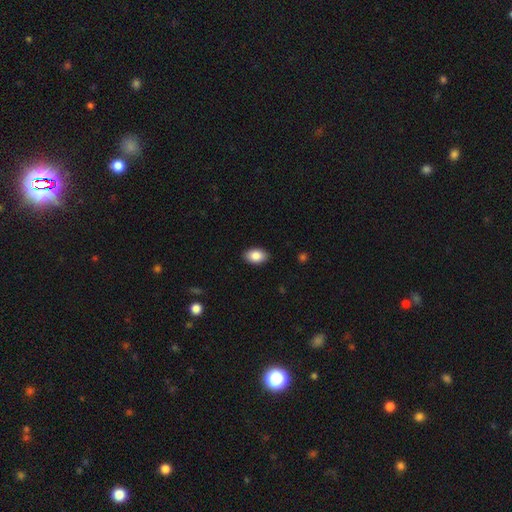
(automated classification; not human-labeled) Q: Smooth or featured?
A: smooth (87%); runner-up: star or artifact (7%)
Q: How rounded?
A: in between (91%); runner-up: round (8%)
Q: Merging?
A: none (89%); runner-up: minor disturbance (8%)